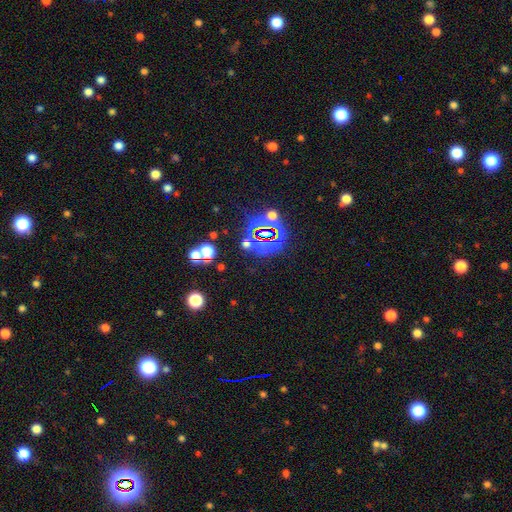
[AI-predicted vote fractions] Smooth or featured? star or artifact (81%)